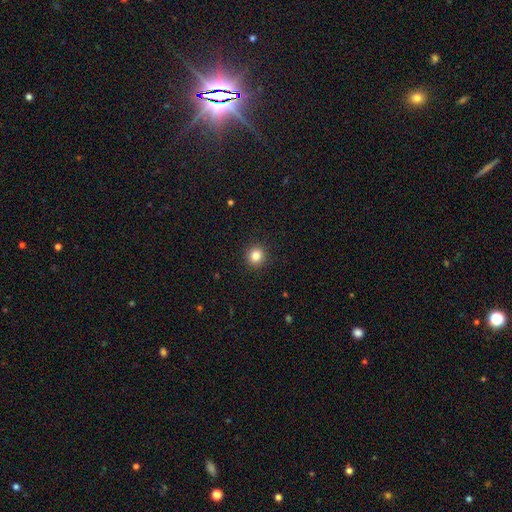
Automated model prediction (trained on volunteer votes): Smooth or featured? Predicted: smooth (p=0.84). How rounded? Predicted: round (p=0.92). Merging? Predicted: none (p=0.92).